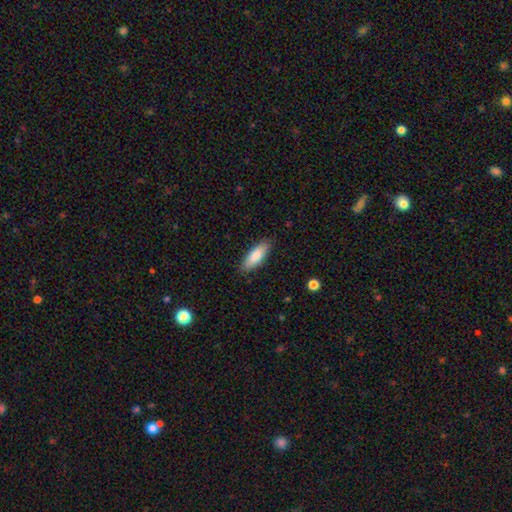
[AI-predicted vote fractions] smooth-or-featured: smooth: 85% | featured or disk: 10% | star or artifact: 5%
  how-rounded: in between: 63% | cigar-shaped: 36% | round: 2%
  merging: none: 86% | minor disturbance: 11% | major disturbance: 2% | merger: 1%